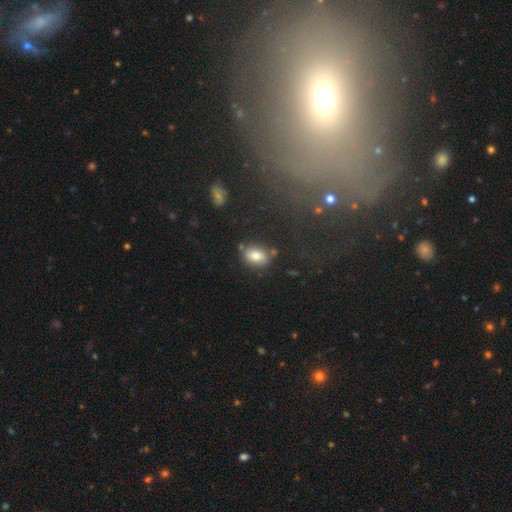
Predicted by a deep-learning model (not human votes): The model was most divided on "merging": none: 73%, minor disturbance: 15%, merger: 8%, major disturbance: 4%. More confident: smooth or featured — smooth (79%); how rounded — in between (79%).